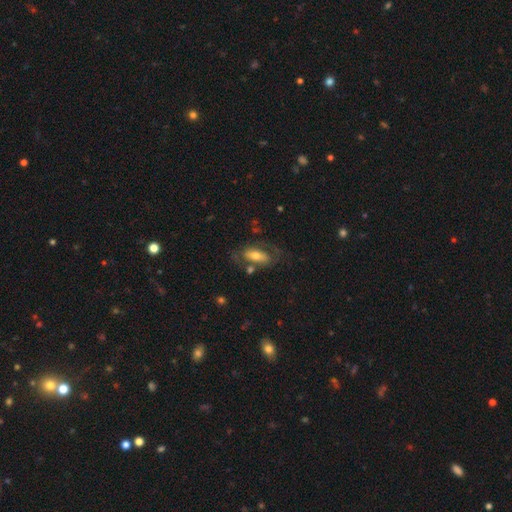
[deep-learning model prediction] smooth-or-featured: smooth: 50% | featured or disk: 43% | star or artifact: 7%
  how-rounded: in between: 86% | cigar-shaped: 9% | round: 5%
  merging: none: 55% | minor disturbance: 19% | major disturbance: 18% | merger: 8%